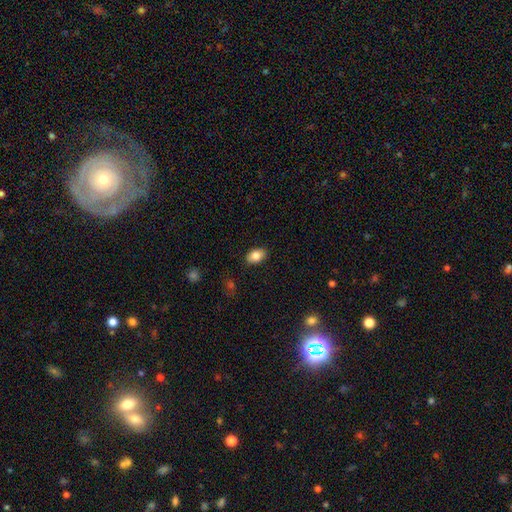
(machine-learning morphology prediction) smooth-or-featured: smooth: 81% | featured or disk: 11% | star or artifact: 8%
  how-rounded: in between: 88% | round: 11% | cigar-shaped: 1%
  merging: none: 87% | minor disturbance: 10% | major disturbance: 2% | merger: 1%